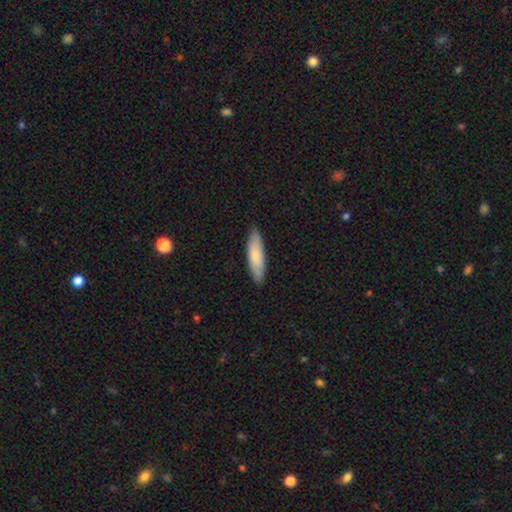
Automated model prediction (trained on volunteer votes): Q: Smooth or featured?
A: smooth (77%); runner-up: featured or disk (17%)
Q: How rounded?
A: cigar-shaped (66%); runner-up: in between (32%)
Q: Merging?
A: none (87%); runner-up: minor disturbance (10%)